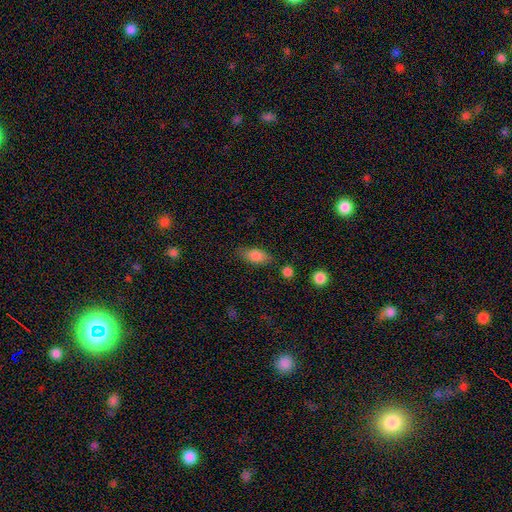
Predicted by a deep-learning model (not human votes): Q: Smooth or featured?
A: smooth (84%); runner-up: featured or disk (9%)
Q: How rounded?
A: in between (86%); runner-up: cigar-shaped (9%)
Q: Merging?
A: none (75%); runner-up: minor disturbance (16%)